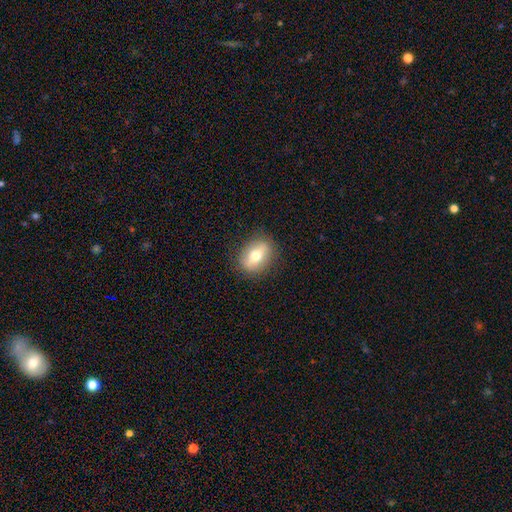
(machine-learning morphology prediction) smooth 64%, featured or disk 28%, star or artifact 8%. Down the decision tree: how rounded — in between (70%); merging — none (84%).